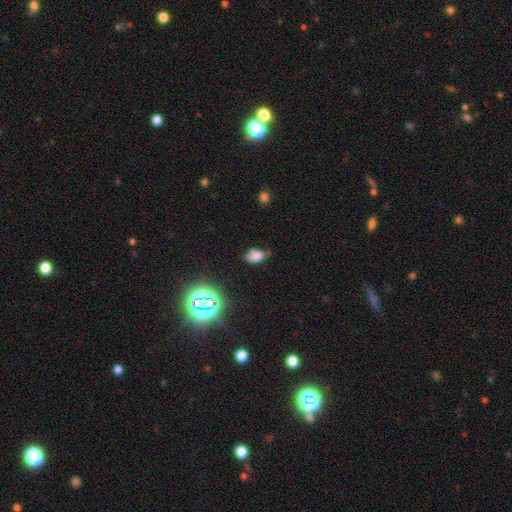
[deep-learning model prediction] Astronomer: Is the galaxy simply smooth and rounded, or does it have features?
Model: smooth — 72%.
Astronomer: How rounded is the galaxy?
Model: in between — 77%.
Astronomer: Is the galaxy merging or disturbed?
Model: none — 50% (runner-up: minor disturbance, 37%).